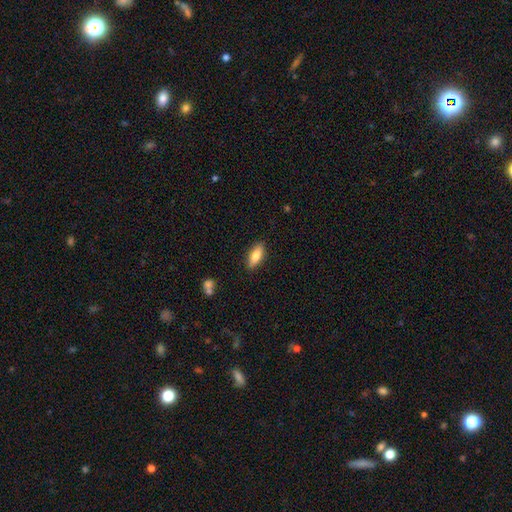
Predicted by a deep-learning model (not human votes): Smooth or featured? smooth (75%)
How rounded? in between (74%)
Merging? none (87%)